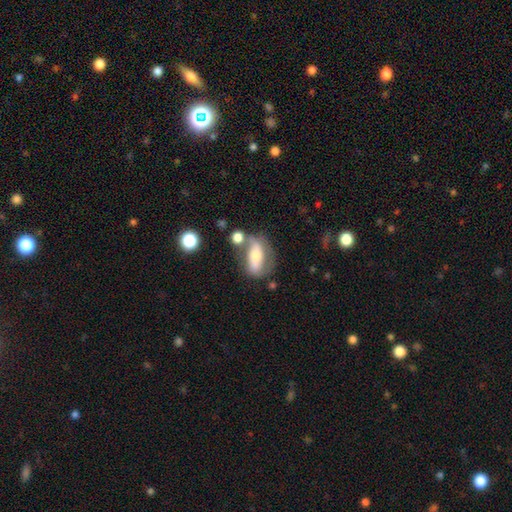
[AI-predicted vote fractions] This appears to be a featured or disk galaxy (52%). Merging: none (51%).